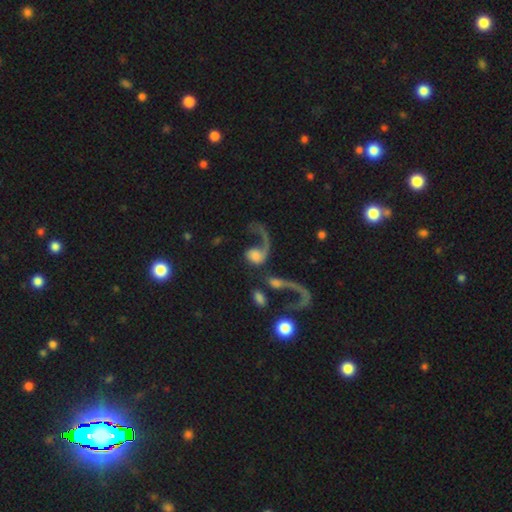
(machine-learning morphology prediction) smooth_or_featured: featured or disk (p=0.58) [alt: smooth p=0.32]
disk_edge_on: no (p=0.96) [alt: yes p=0.04]
bar: no (p=0.73) [alt: weak p=0.20]
has_spiral_arms: yes (p=0.79) [alt: no p=0.21]
bulge_size: small (p=0.25) [alt: none p=0.24]
merging: major disturbance (p=0.36) [alt: merger p=0.32]